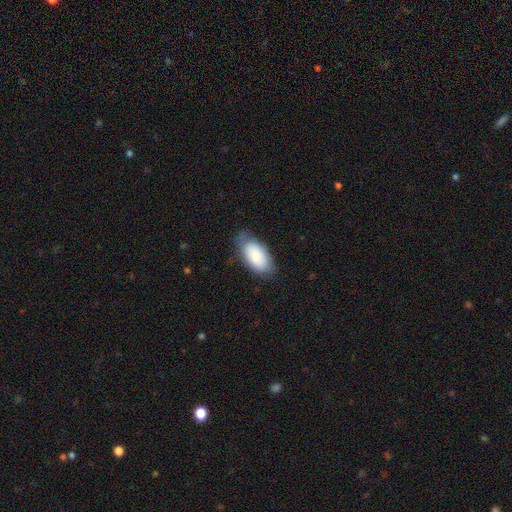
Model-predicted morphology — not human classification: A smooth galaxy with no disk features (82%) that is in between round and cigar-shaped (94%).

Vote fractions:
- Smooth or featured? smooth: 82% / featured or disk: 12% / star or artifact: 6%
- How rounded? in between: 94% / cigar-shaped: 3% / round: 2%
- Merging? none: 67% / minor disturbance: 25% / major disturbance: 6% / merger: 1%